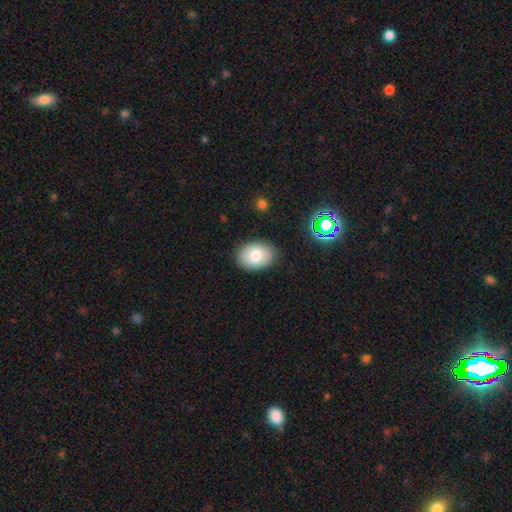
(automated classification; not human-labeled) This appears to be a smooth galaxy with no disk features (77%) that is in between round and cigar-shaped (76%). Merging: none (87%).